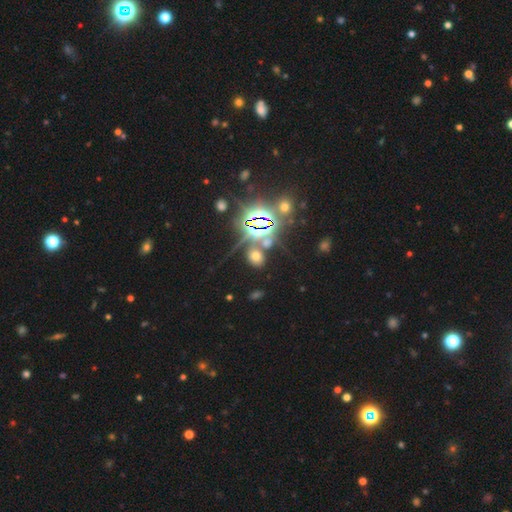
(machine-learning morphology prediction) The model was most divided on "smooth or featured" (2-way tie): smooth: 45%, star or artifact: 45%, featured or disk: 10%. More confident: merging — none (71%).